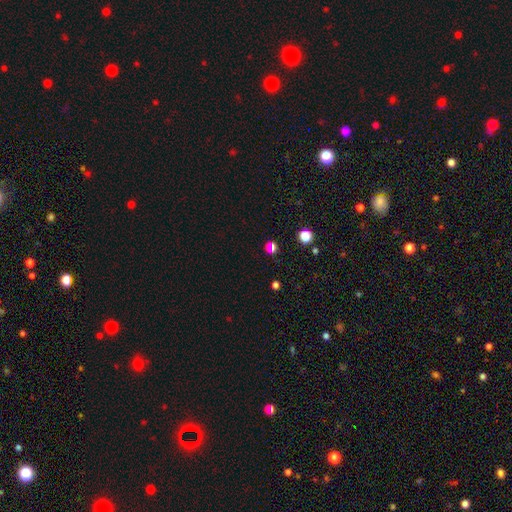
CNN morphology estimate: Smooth or featured?
  - star or artifact: 51% *
  - smooth: 42%
  - featured or disk: 7%